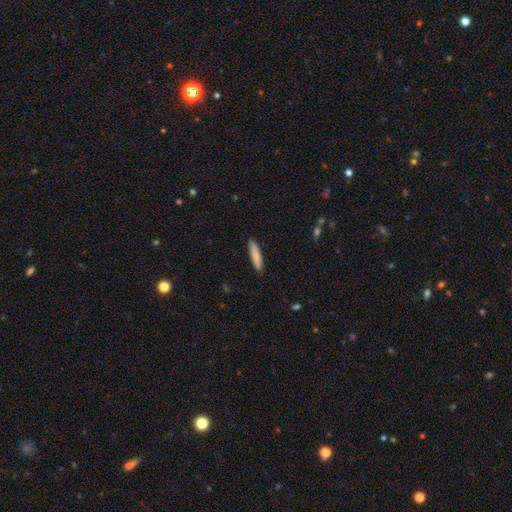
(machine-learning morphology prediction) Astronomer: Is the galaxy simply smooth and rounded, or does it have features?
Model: smooth — 83%.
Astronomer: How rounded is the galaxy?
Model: cigar-shaped — 83%.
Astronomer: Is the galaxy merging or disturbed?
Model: none — 89%.